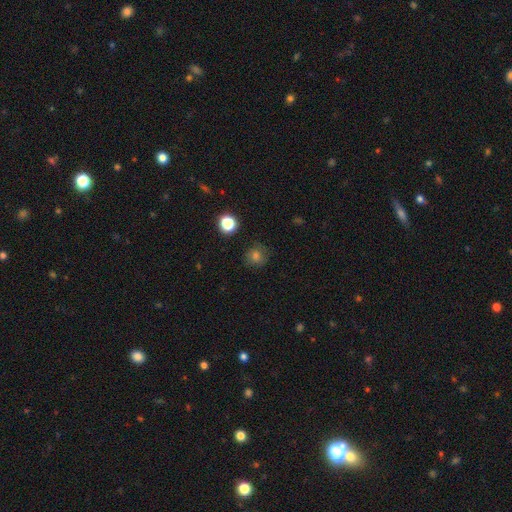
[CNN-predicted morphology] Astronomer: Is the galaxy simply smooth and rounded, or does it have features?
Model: smooth — 77%.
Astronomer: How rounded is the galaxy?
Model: round — 86%.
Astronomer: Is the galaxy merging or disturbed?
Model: none — 81%.